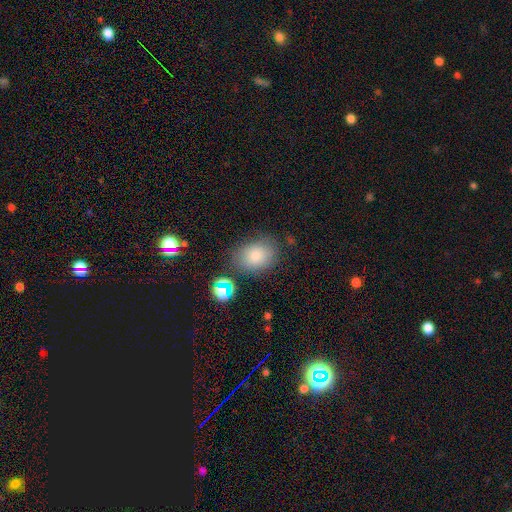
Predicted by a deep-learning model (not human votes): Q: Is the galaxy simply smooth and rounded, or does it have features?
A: smooth — 80%.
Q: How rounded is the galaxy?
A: in between — 69%.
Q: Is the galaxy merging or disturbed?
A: none — 73%.